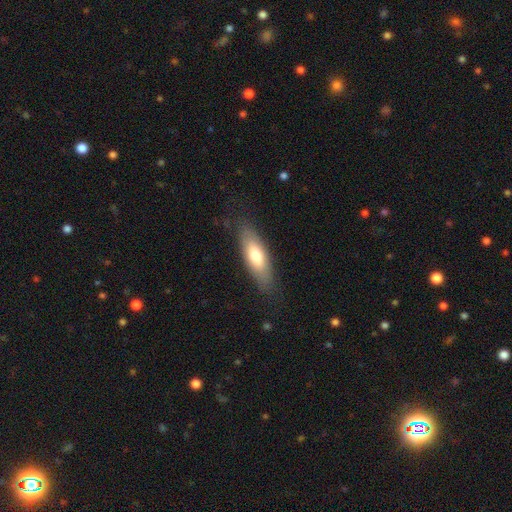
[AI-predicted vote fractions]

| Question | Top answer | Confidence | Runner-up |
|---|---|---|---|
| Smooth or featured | smooth | 71% | featured or disk (23%) |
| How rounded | in between | 63% | cigar-shaped (36%) |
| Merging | none | 82% | minor disturbance (14%) |